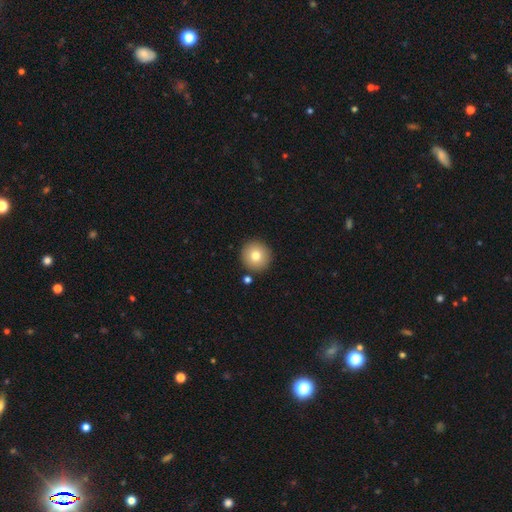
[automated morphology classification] Smooth or featured? smooth (78%)
How rounded? round (95%)
Merging? none (88%)